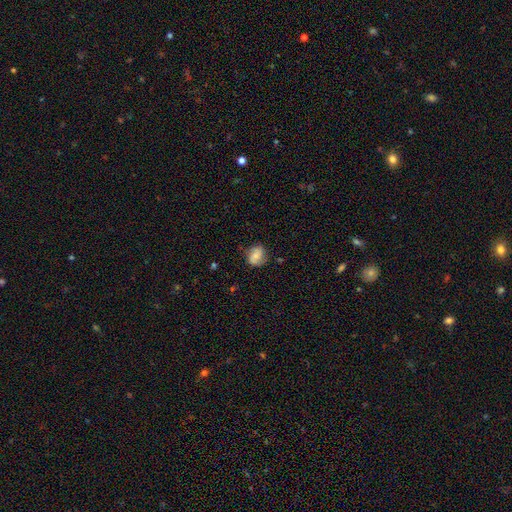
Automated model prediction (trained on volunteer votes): Q: Smooth or featured?
A: smooth (51%); runner-up: featured or disk (40%)
Q: How rounded?
A: round (61%); runner-up: in between (38%)
Q: Merging?
A: none (72%); runner-up: minor disturbance (21%)